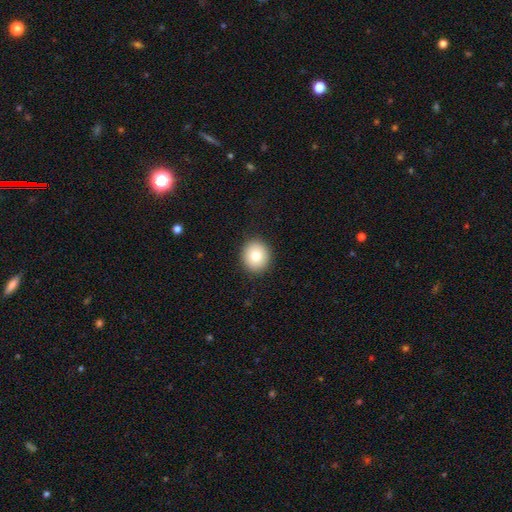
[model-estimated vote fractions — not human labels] smooth_or_featured: smooth (p=0.79) [alt: featured or disk p=0.12]
how_rounded: round (p=0.82) [alt: in between p=0.17]
merging: none (p=0.91) [alt: minor disturbance p=0.07]